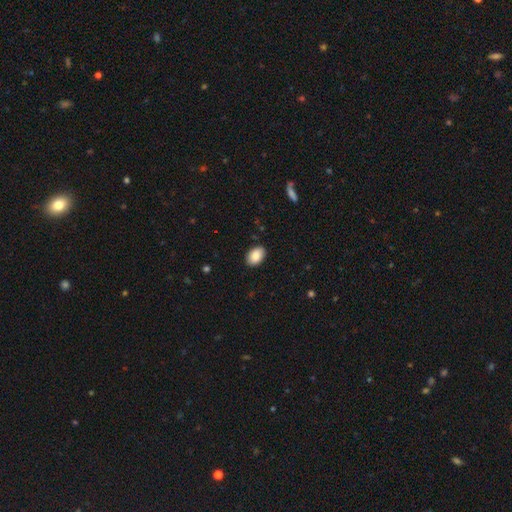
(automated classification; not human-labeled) This appears to be a smooth galaxy with no disk features (88%) that is in between round and cigar-shaped (88%). Merging: none (89%).